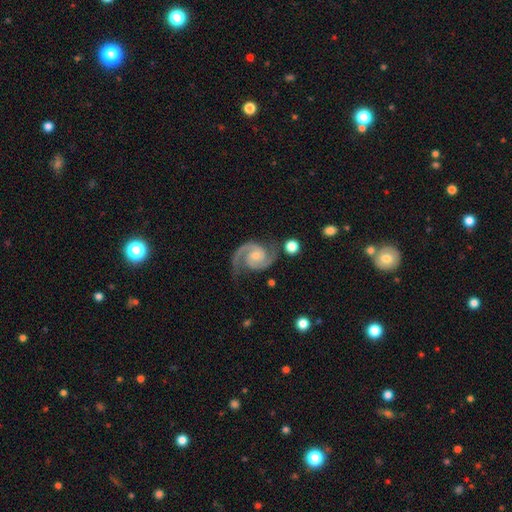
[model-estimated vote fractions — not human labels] Morphology: type=featured or disk (93%); edge-on=no (98%); bar=no (62%); spiral arms=yes (99%); winding=medium (56%); arm count=2 (94%); bulge=small (51%); merging=none (76%).